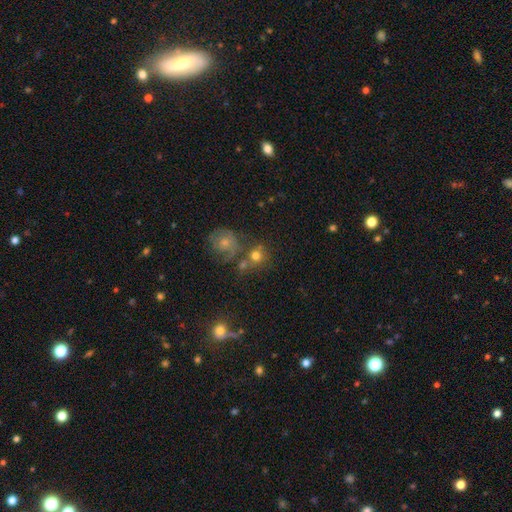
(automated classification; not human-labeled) This appears to be a smooth galaxy with no disk features (69%) that is round (84%). Merging: none (52%).